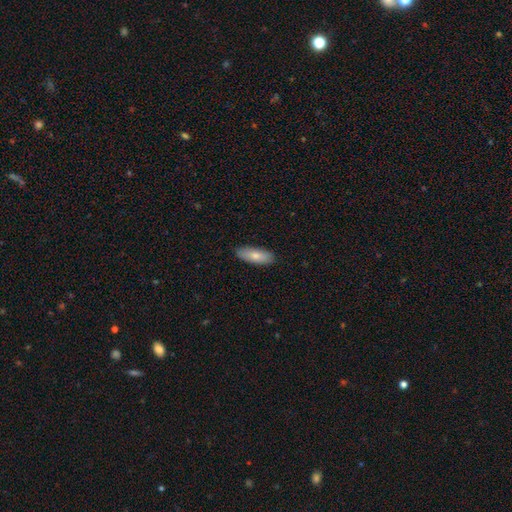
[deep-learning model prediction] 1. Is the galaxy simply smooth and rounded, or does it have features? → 79% smooth, 15% featured or disk, 6% star or artifact.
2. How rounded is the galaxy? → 70% in between, 28% cigar-shaped, 2% round.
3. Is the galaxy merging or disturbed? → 89% none, 9% minor disturbance, 2% major disturbance, 1% merger.